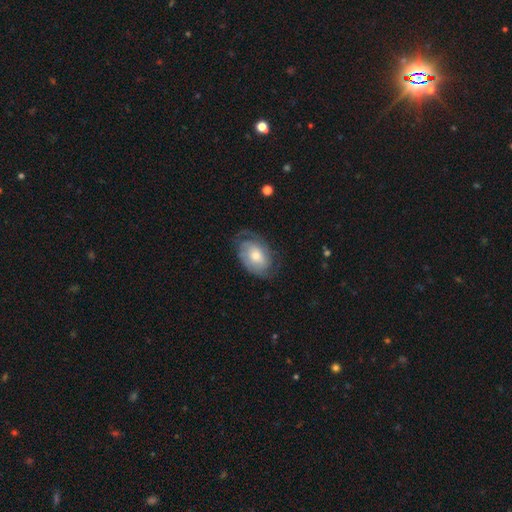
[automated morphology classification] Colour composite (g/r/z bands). It shows a featured or disk galaxy (65%) with no bar (70%), 2 (48%) tight (49%) spiral arms (85%) and a moderate central bulge (58%). Merging: none (61%).